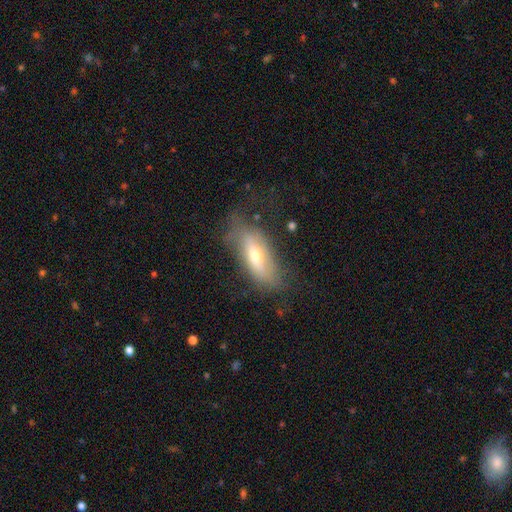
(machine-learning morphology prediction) smooth-or-featured: smooth: 46% | featured or disk: 45% | star or artifact: 8%
  merging: none: 55% | minor disturbance: 27% | major disturbance: 16% | merger: 2%